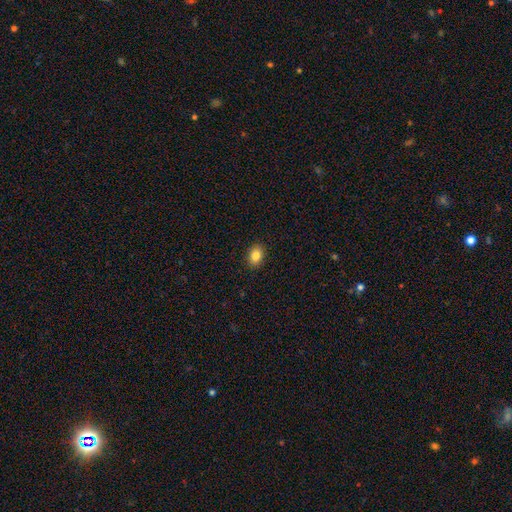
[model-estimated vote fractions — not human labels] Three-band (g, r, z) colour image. It shows a smooth galaxy with no disk features (85%) that is in between round and cigar-shaped (69%). Merging: none (90%).